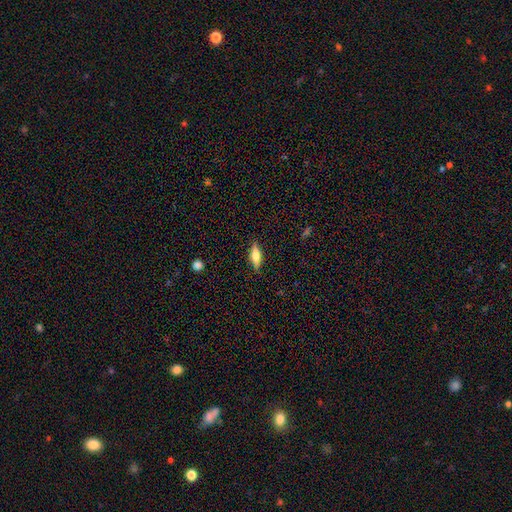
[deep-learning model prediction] smooth-or-featured: smooth: 58% | featured or disk: 35% | star or artifact: 7%
  how-rounded: cigar-shaped: 50% | in between: 48% | round: 3%
  merging: none: 87% | minor disturbance: 9% | major disturbance: 2% | merger: 1%